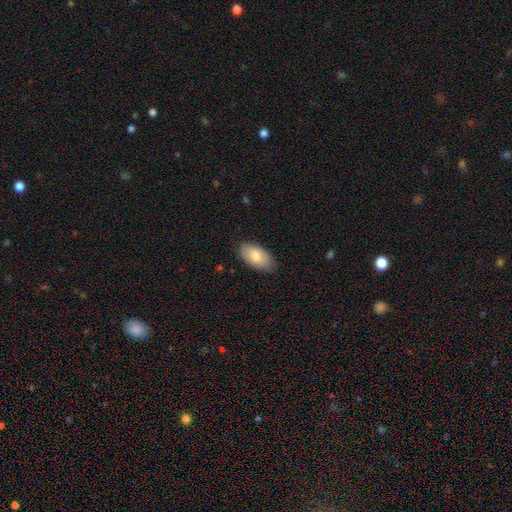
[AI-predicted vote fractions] Smooth or featured: smooth — 82% (featured or disk — 13%)
How rounded: in between — 95% (round — 3%)
Merging: none — 84% (minor disturbance — 12%)